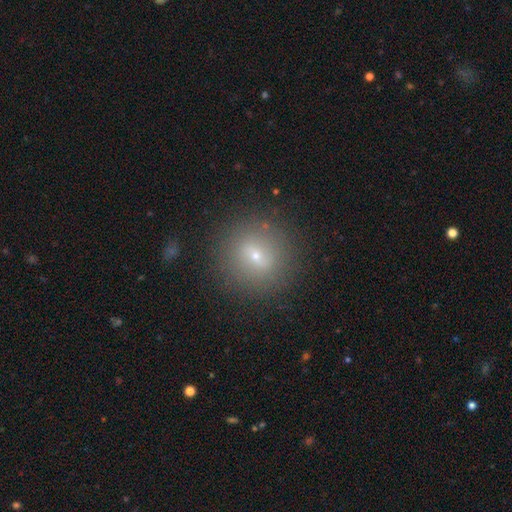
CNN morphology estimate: Overall: smooth (52%; featured or disk 32%). How rounded: round (91%). Merging: none (87%).